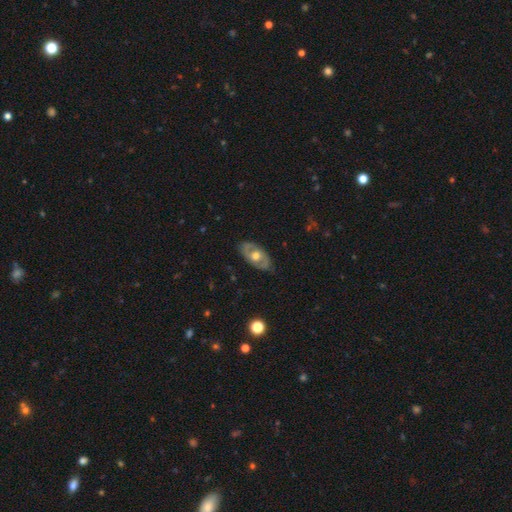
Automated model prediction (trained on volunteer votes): The model was most divided on "spiral arms": no: 52%, yes: 48%. More confident: edge-on disk — no (89%); merging — none (81%); bar — no (74%); bulge size — moderate (72%); smooth or featured — featured or disk (64%).